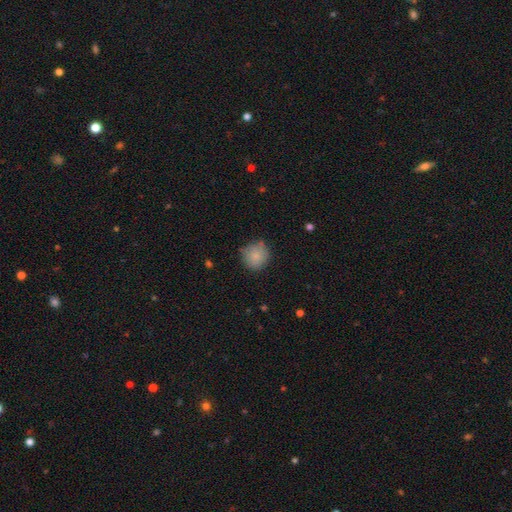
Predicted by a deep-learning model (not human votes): Morphology: type=smooth (83%); roundness=round (89%); merging=none (77%).